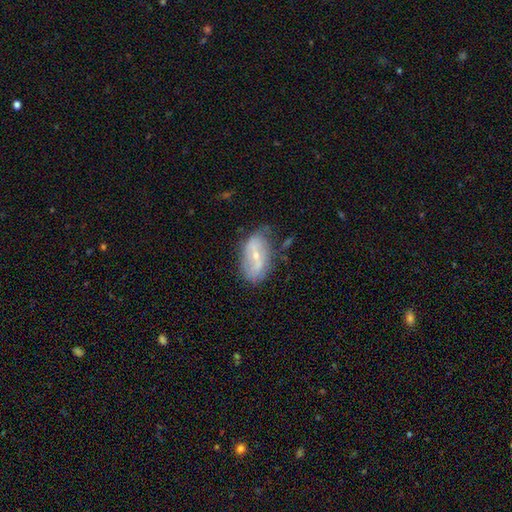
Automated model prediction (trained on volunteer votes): featured or disk 65%, smooth 27%, star or artifact 8%. Down the decision tree: edge-on disk — no (91%); bar — strong (43%); spiral arms — yes (61%); bulge size — small (66%); merging — none (66%).